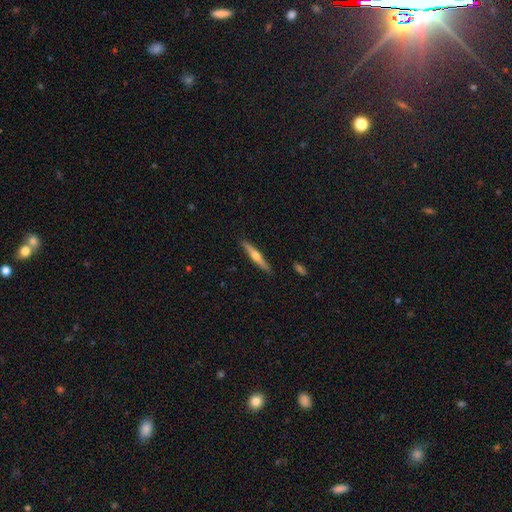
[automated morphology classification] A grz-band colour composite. It shows a featured or disk galaxy (57%) viewed edge-on (96%) with a rounded central bulge (90%). Merging: none (90%).